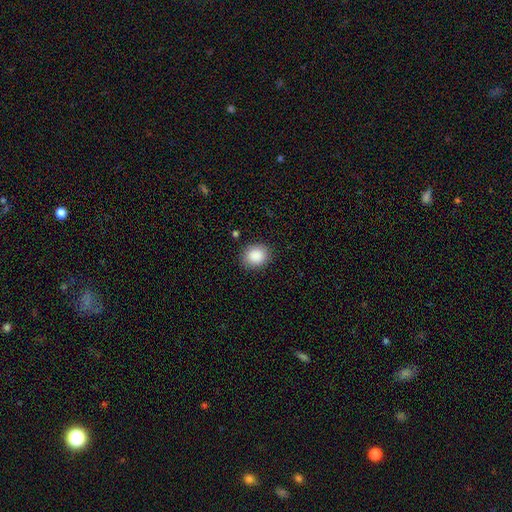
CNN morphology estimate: Smooth or featured?
  - smooth: 88% *
  - star or artifact: 8%
  - featured or disk: 4%
How rounded?
  - round: 63% *
  - in between: 36%
  - cigar-shaped: 1%
Merging?
  - none: 86% *
  - minor disturbance: 10%
  - major disturbance: 3%
  - merger: 2%